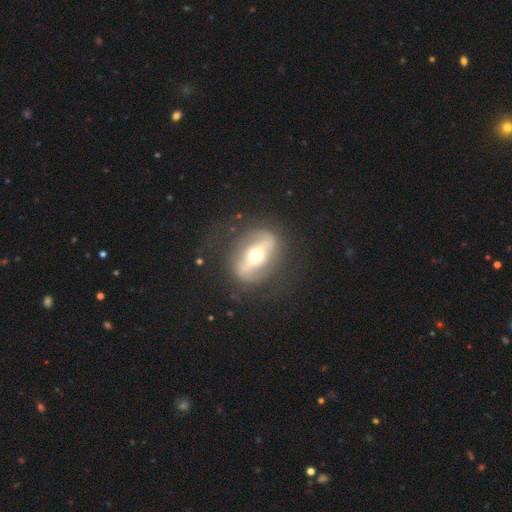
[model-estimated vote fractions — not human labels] smooth-or-featured: featured or disk: 73% | smooth: 21% | star or artifact: 6%
  disk-edge-on: no: 77% | yes: 23%
    bar: strong: 69% | no: 16% | weak: 15%
    has-spiral-arms: no: 60% | yes: 40%
    bulge-size: moderate: 65% | small: 25% | large: 8% | dominant: 2% | none: 1%
  merging: none: 73% | minor disturbance: 14% | major disturbance: 11% | merger: 2%